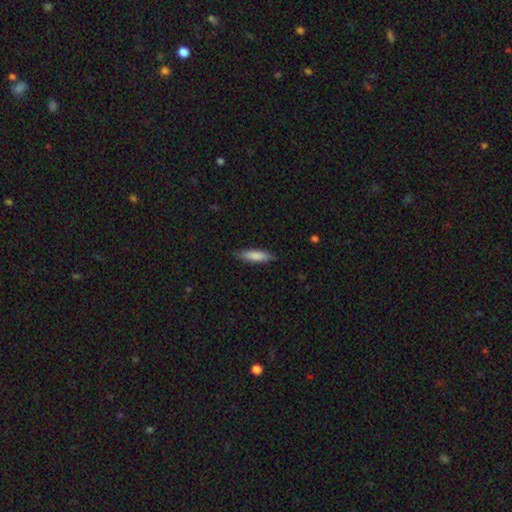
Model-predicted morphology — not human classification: A smooth galaxy with no disk features (81%) that is cigar-shaped (68%). Merging: none (84%).